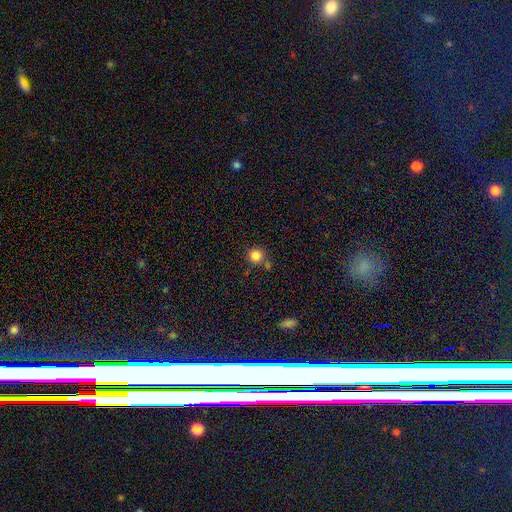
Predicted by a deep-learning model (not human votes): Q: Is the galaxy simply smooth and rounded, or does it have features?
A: smooth — 84%.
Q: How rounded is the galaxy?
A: round — 92%.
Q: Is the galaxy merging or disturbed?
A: none — 71%.